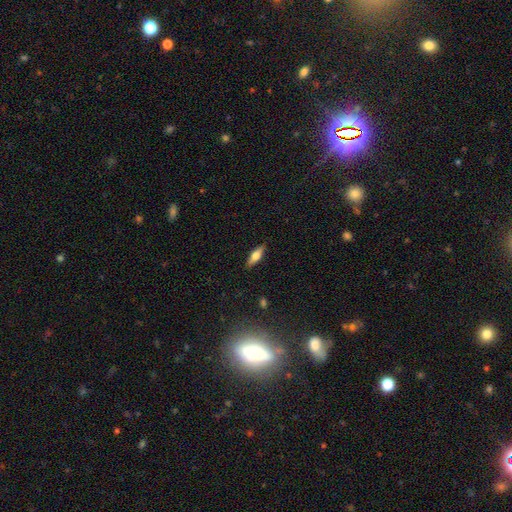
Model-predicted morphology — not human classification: Smooth or featured?
  - smooth: 51% *
  - featured or disk: 42%
  - star or artifact: 7%
How rounded?
  - in between: 50% *
  - cigar-shaped: 48%
  - round: 3%
Merging?
  - none: 88% *
  - minor disturbance: 9%
  - major disturbance: 2%
  - merger: 1%